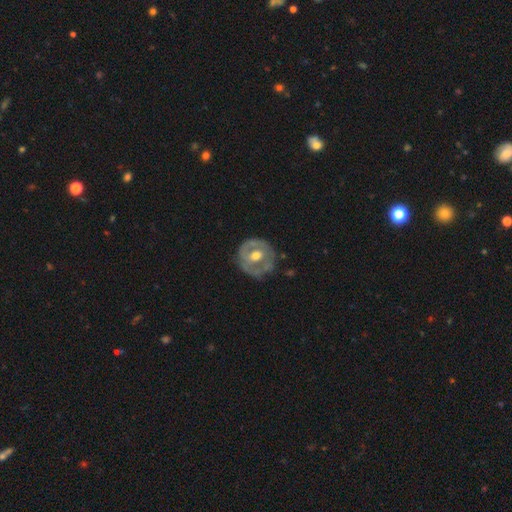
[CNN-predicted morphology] Smooth or featured: featured or disk — 65% (smooth — 31%)
Edge-on disk: no — 96% (yes — 4%)
Bar: no — 59% (weak — 31%)
Spiral arms: no — 60% (yes — 40%)
Bulge size: moderate — 78% (small — 12%)
Merging: none — 71% (minor disturbance — 20%)